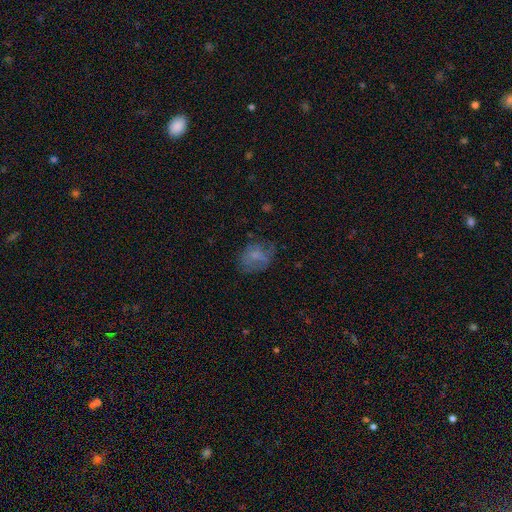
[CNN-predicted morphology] smooth-or-featured: smooth: 60% | featured or disk: 28% | star or artifact: 12%
  how-rounded: in between: 60% | round: 39% | cigar-shaped: 1%
  merging: none: 53% | minor disturbance: 25% | major disturbance: 19% | merger: 2%